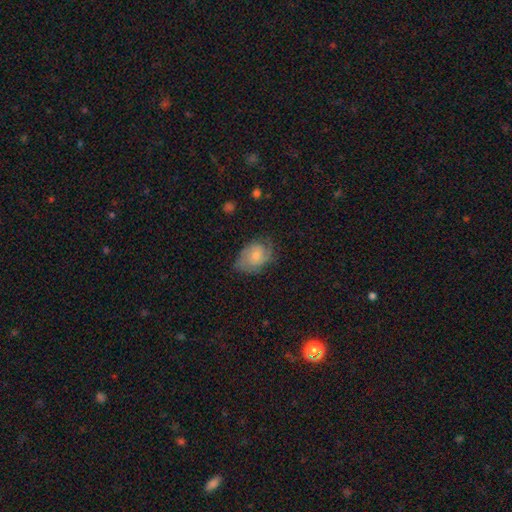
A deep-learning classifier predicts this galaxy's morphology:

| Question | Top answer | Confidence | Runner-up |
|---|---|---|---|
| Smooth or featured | featured or disk | 59% | smooth (34%) |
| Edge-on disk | no | 97% | yes (3%) |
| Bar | no | 67% | weak (29%) |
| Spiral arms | yes | 89% | no (11%) |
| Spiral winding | tight | 43% | medium (41%) |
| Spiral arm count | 2 | 53% | can't tell (23%) |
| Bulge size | small | 47% | moderate (41%) |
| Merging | none | 65% | minor disturbance (24%) |